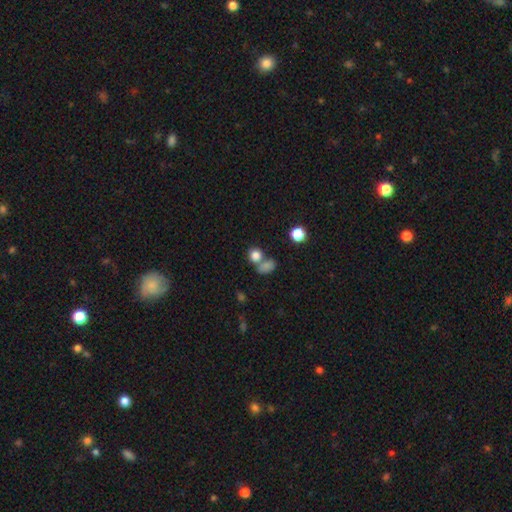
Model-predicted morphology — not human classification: smooth_or_featured: smooth (p=0.80) [alt: star or artifact p=0.13]
how_rounded: round (p=0.67) [alt: in between p=0.31]
merging: none (p=0.45) [alt: merger p=0.40]